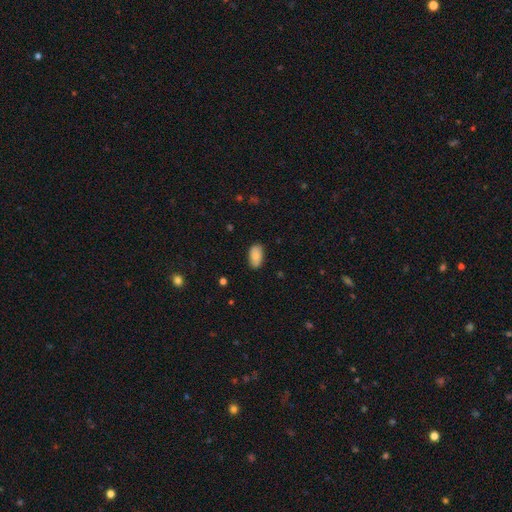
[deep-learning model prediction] A smooth galaxy with no disk features (87%) that is in between round and cigar-shaped (94%). Merging: none (82%).